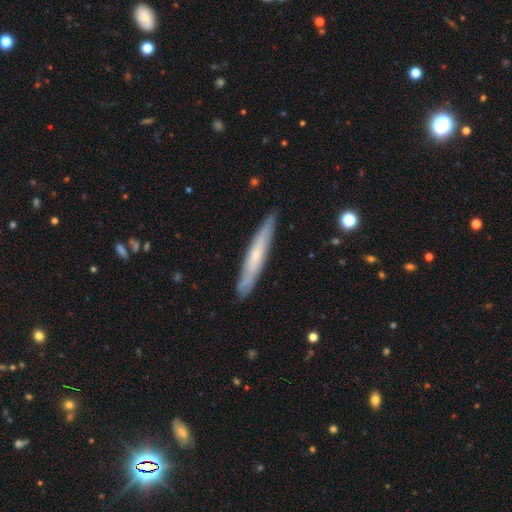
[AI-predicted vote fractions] The model was most divided on "smooth or featured": smooth: 48%, featured or disk: 47%, star or artifact: 6%. More confident: merging — none (88%).